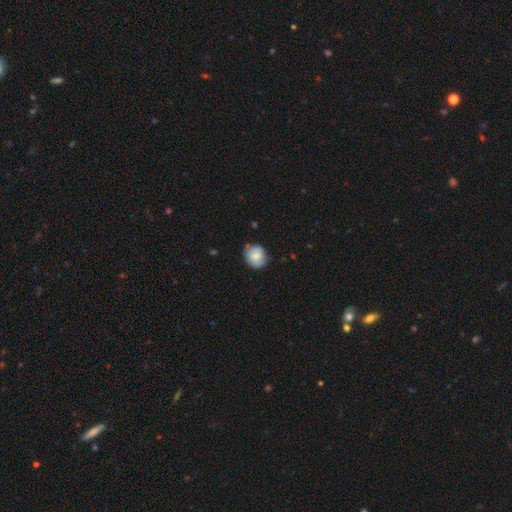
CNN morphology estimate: A smooth galaxy with no disk features (79%) that is round (79%).

Vote fractions:
- Smooth or featured? smooth: 79% / featured or disk: 14% / star or artifact: 8%
- How rounded? round: 79% / in between: 20% / cigar-shaped: 1%
- Merging? none: 73% / minor disturbance: 21% / major disturbance: 4% / merger: 2%